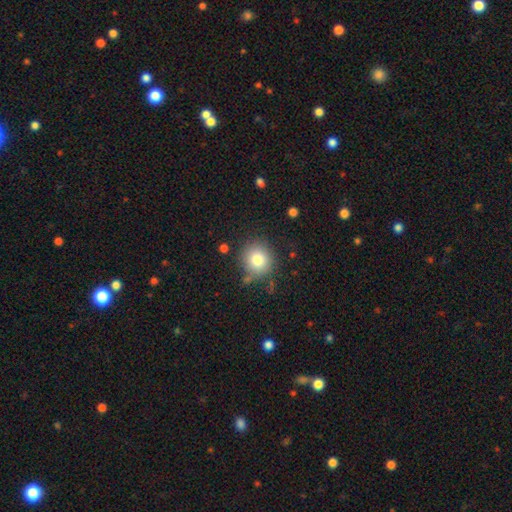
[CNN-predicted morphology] smooth 80%, star or artifact 11%, featured or disk 9%. Down the decision tree: how rounded — round (90%); merging — none (82%).